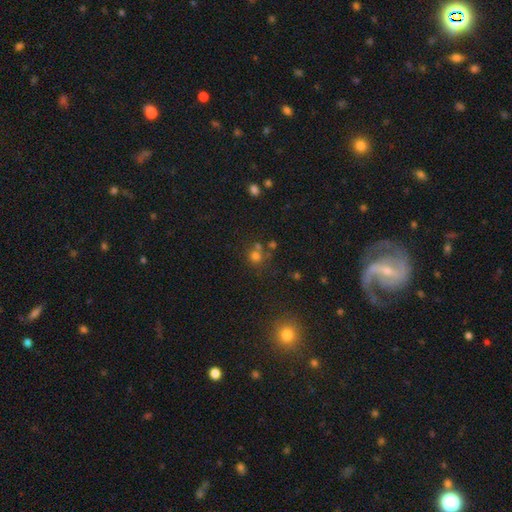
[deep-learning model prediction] Smooth or featured? Predicted: smooth (p=0.67). How rounded? Predicted: round (p=0.87). Merging? Predicted: none (p=0.58).